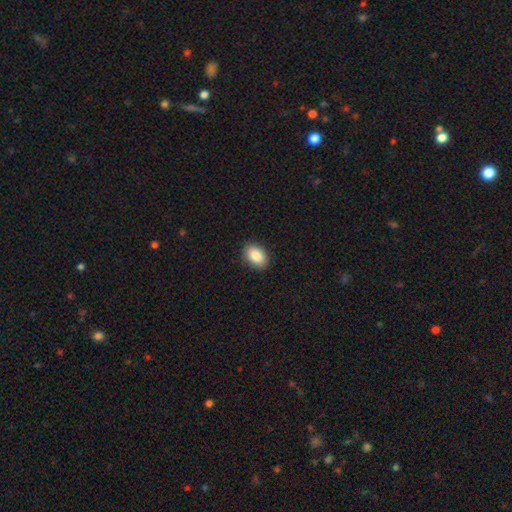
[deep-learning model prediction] A smooth galaxy with no disk features (87%) that is in between round and cigar-shaped (87%). Merging: none (89%).